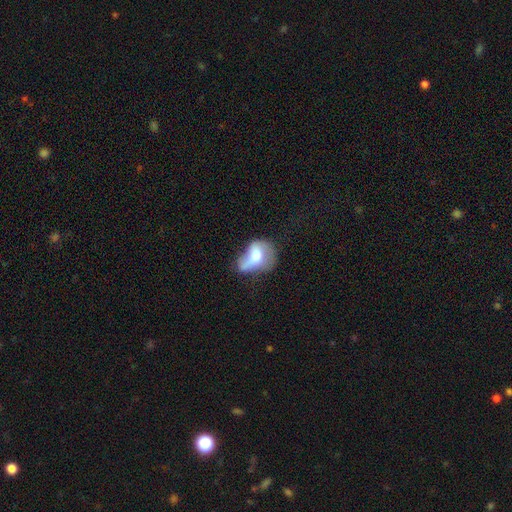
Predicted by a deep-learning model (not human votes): A smooth galaxy with no disk features (58%) that is in between round and cigar-shaped (74%). Merging: major disturbance (35%).